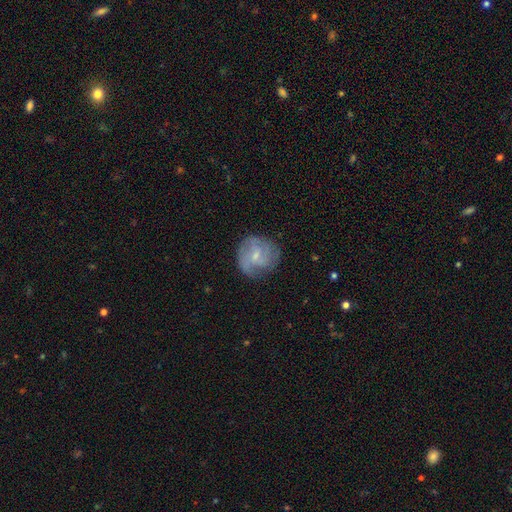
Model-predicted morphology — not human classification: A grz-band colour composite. It shows a featured or disk galaxy (58%) with no bar (49%), spiral arms (80%) and a small central bulge (59%). Merging: none (70%).